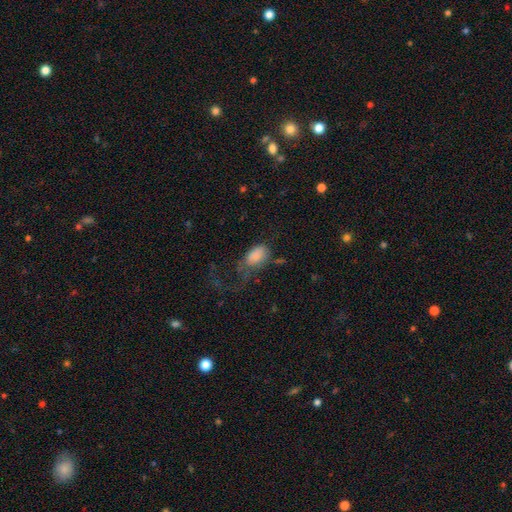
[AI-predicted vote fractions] A smooth galaxy with no disk features (80%) that is in between round and cigar-shaped (93%). Merging: major disturbance (51%).